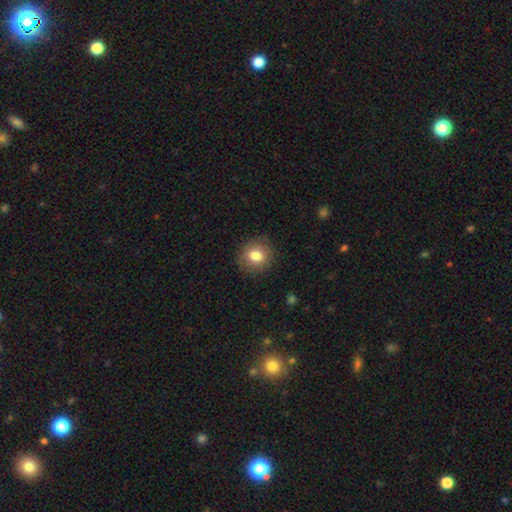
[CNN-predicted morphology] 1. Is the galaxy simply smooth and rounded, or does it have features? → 81% smooth, 10% featured or disk, 9% star or artifact.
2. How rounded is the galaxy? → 85% round, 14% in between, 1% cigar-shaped.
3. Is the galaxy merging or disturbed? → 88% none, 8% minor disturbance, 3% major disturbance, 1% merger.